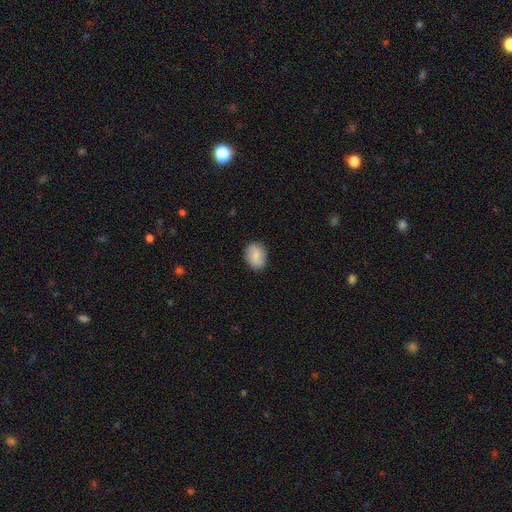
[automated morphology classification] A smooth galaxy with no disk features (79%) that is in between round and cigar-shaped (64%).

Vote fractions:
- Smooth or featured? smooth: 79% / featured or disk: 14% / star or artifact: 7%
- How rounded? in between: 64% / round: 35% / cigar-shaped: 1%
- Merging? none: 84% / minor disturbance: 12% / major disturbance: 3% / merger: 1%